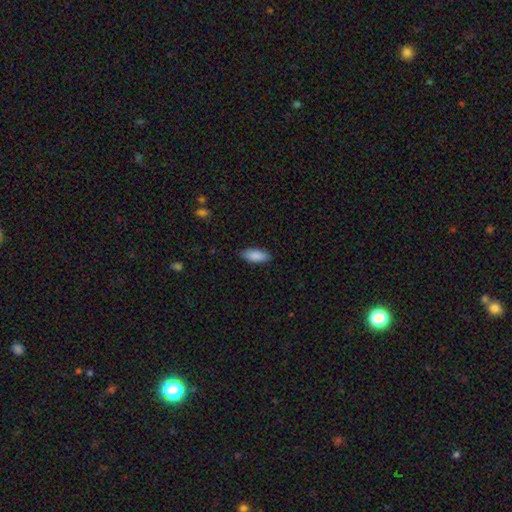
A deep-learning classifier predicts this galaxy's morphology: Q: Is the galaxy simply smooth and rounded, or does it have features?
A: smooth — 89%.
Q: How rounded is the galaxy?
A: in between — 83%.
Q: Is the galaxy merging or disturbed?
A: none — 87%.